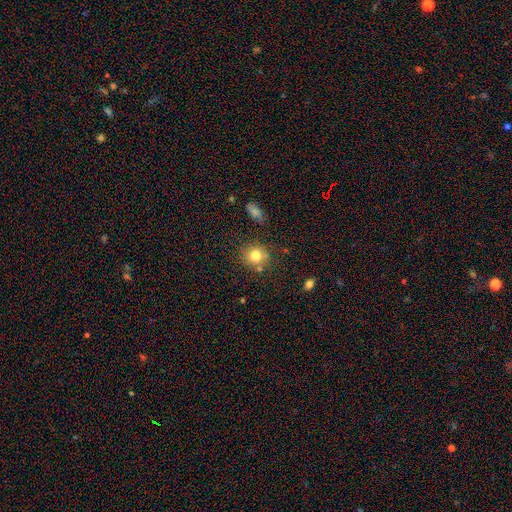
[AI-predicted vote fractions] This appears to be a smooth galaxy with no disk features (78%) that is round (83%). Merging: none (75%).